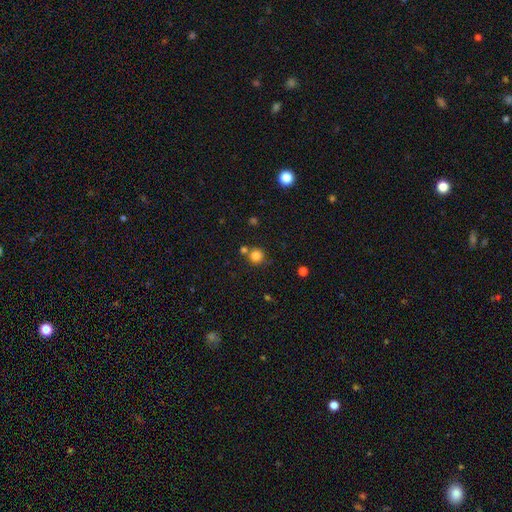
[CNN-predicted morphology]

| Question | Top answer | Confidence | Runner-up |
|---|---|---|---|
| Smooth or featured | smooth | 82% | star or artifact (13%) |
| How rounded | round | 91% | in between (8%) |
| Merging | none | 67% | merger (18%) |